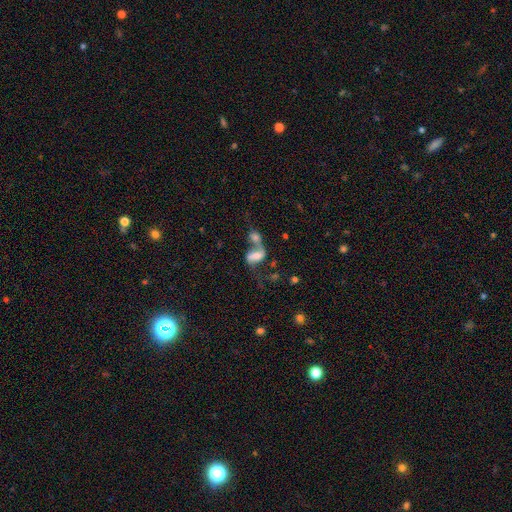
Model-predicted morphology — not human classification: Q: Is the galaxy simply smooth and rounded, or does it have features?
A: featured or disk — 47%.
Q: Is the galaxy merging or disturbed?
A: merger — 65%.